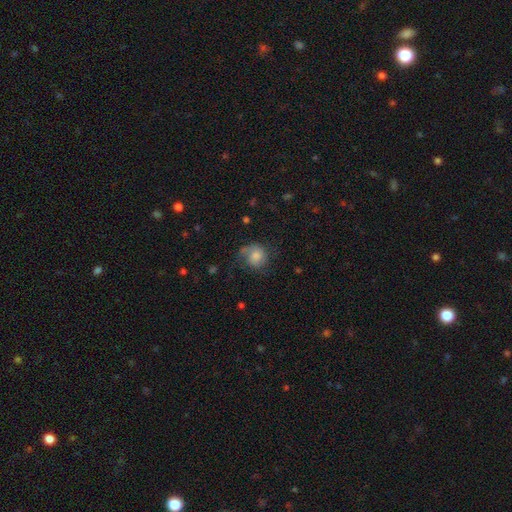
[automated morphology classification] A smooth galaxy with no disk features (58%) that is round (76%). Merging: none (52%).